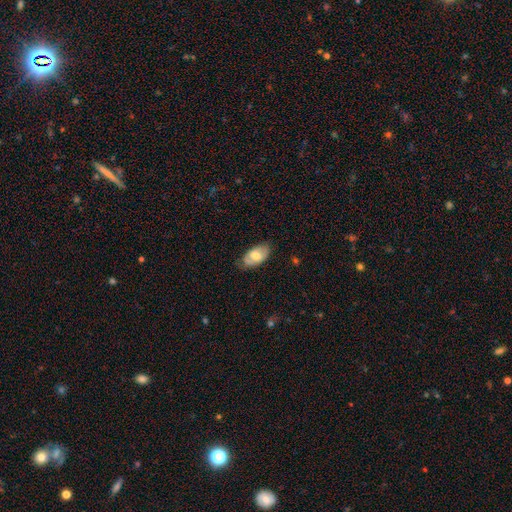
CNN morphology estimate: smooth_or_featured: smooth (p=0.59) [alt: featured or disk p=0.35]
how_rounded: in between (p=0.94) [alt: round p=0.04]
merging: none (p=0.70) [alt: minor disturbance p=0.24]